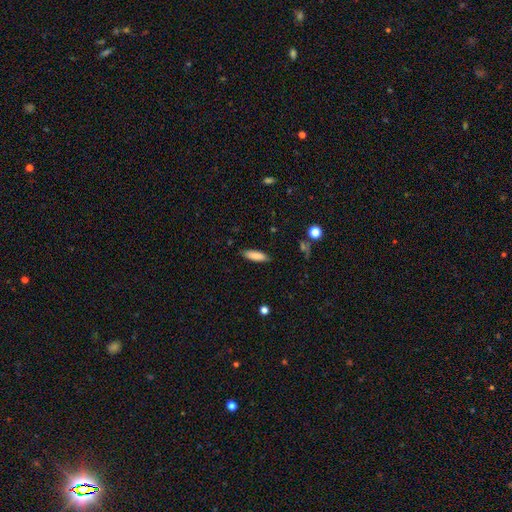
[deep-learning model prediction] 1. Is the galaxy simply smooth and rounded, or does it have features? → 85% smooth, 8% featured or disk, 7% star or artifact.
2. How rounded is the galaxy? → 50% cigar-shaped, 48% in between, 2% round.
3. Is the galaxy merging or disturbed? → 86% none, 10% minor disturbance, 2% major disturbance, 1% merger.